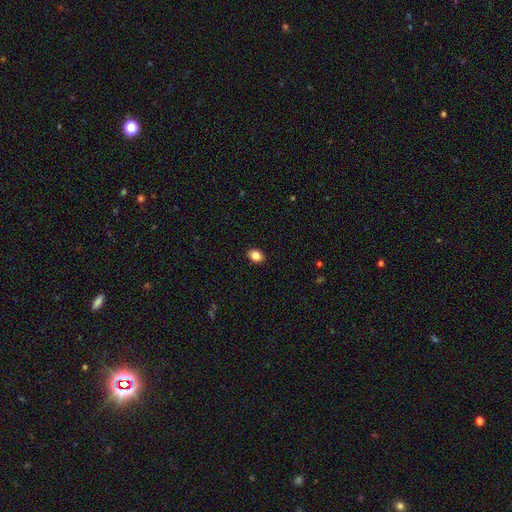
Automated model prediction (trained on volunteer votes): Smooth or featured? Predicted: smooth (p=0.86). How rounded? Predicted: in between (p=0.73). Merging? Predicted: none (p=0.91).